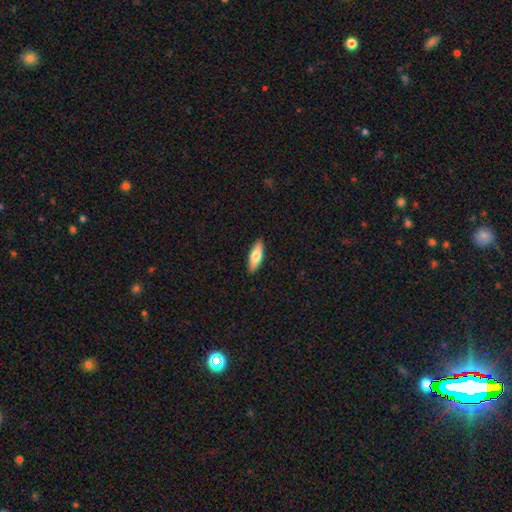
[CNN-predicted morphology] A smooth galaxy with no disk features (71%) that is in between round and cigar-shaped (60%). Merging: none (90%).